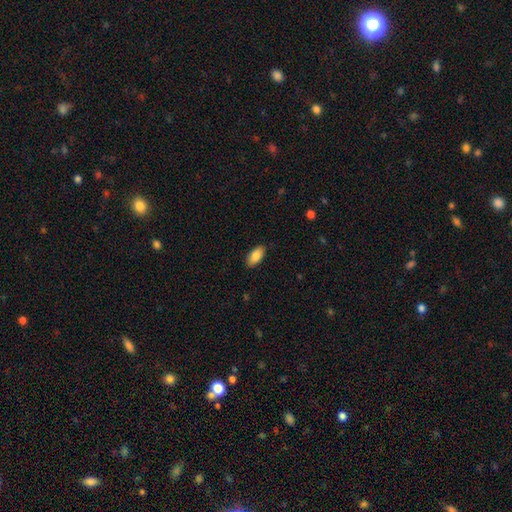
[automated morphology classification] Q: Smooth or featured?
A: smooth (87%); runner-up: featured or disk (7%)
Q: How rounded?
A: in between (92%); runner-up: cigar-shaped (6%)
Q: Merging?
A: none (88%); runner-up: minor disturbance (9%)